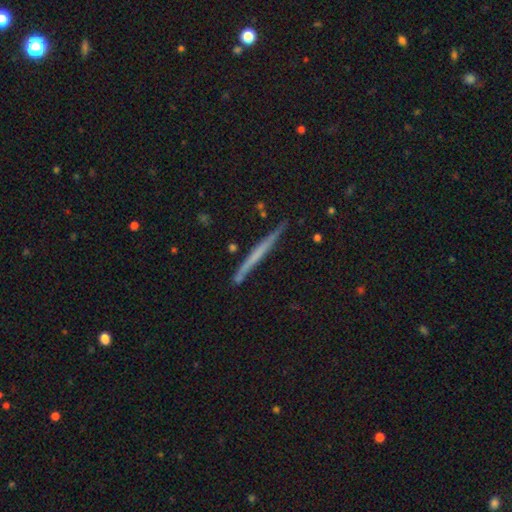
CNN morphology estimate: Smooth or featured? Predicted: featured or disk (p=0.52). Edge-on disk? Predicted: yes (p=0.97). Edge-on bulge? Predicted: none (p=0.87). Merging? Predicted: none (p=0.89).